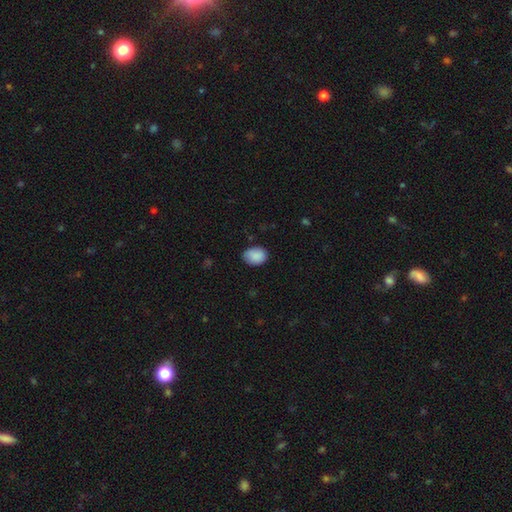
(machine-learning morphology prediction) Overall: smooth (89%). How rounded: in between (67%; round 33%). Merging: none (76%).